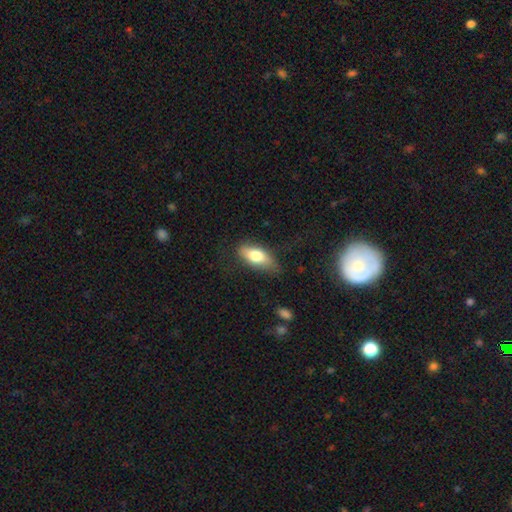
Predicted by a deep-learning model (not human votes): smooth-or-featured: smooth: 71% | featured or disk: 22% | star or artifact: 6%
  how-rounded: in between: 79% | cigar-shaped: 17% | round: 4%
  merging: none: 72% | minor disturbance: 21% | major disturbance: 6% | merger: 1%